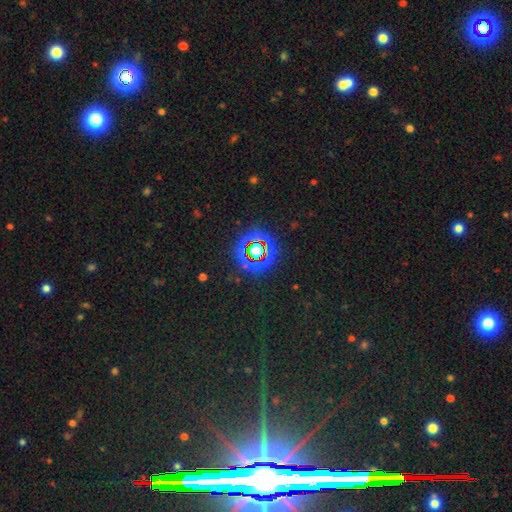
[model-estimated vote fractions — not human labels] Smooth or featured? Predicted: star or artifact (p=0.80).